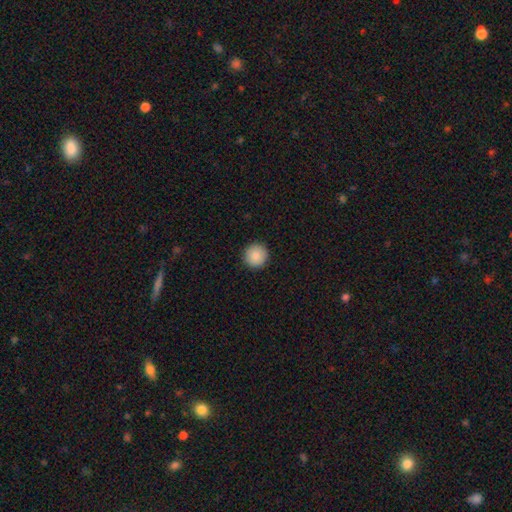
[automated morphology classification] A smooth galaxy with no disk features (88%) that is round (96%).

Vote fractions:
- Smooth or featured? smooth: 88% / star or artifact: 8% / featured or disk: 5%
- How rounded? round: 96% / in between: 3% / cigar-shaped: 1%
- Merging? none: 93% / minor disturbance: 5% / major disturbance: 1% / merger: 1%